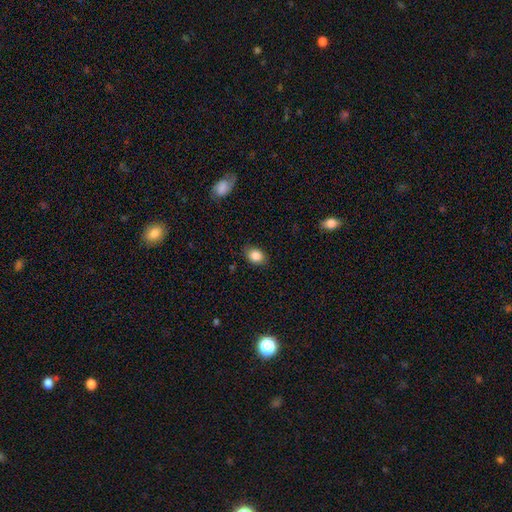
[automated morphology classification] Smooth or featured? smooth (86%)
How rounded? in between (70%)
Merging? none (85%)